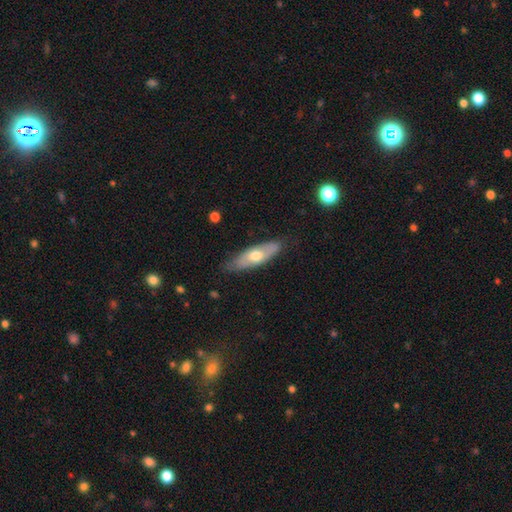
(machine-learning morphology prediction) Overall: smooth (48%; featured or disk 46%). Merging: none (79%).